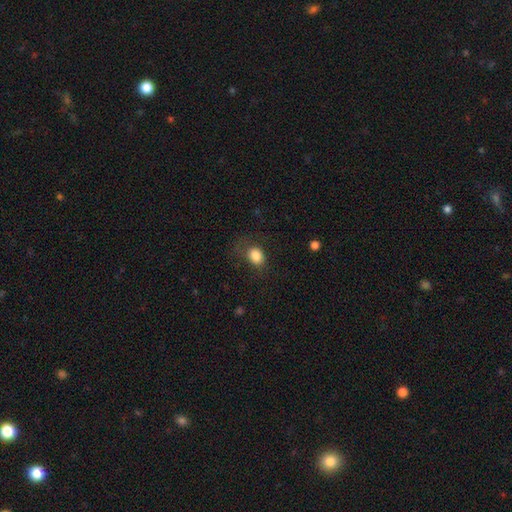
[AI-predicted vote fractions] smooth_or_featured: smooth (p=0.84) [alt: star or artifact p=0.10]
how_rounded: in between (p=0.54) [alt: round p=0.45]
merging: none (p=0.63) [alt: minor disturbance p=0.21]